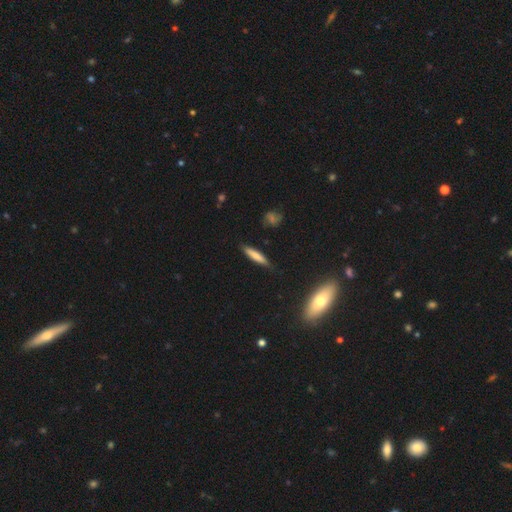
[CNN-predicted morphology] Smooth or featured?
  - smooth: 71% *
  - featured or disk: 22%
  - star or artifact: 7%
How rounded?
  - cigar-shaped: 84% *
  - in between: 14%
  - round: 2%
Merging?
  - none: 83% *
  - minor disturbance: 13%
  - major disturbance: 2%
  - merger: 2%